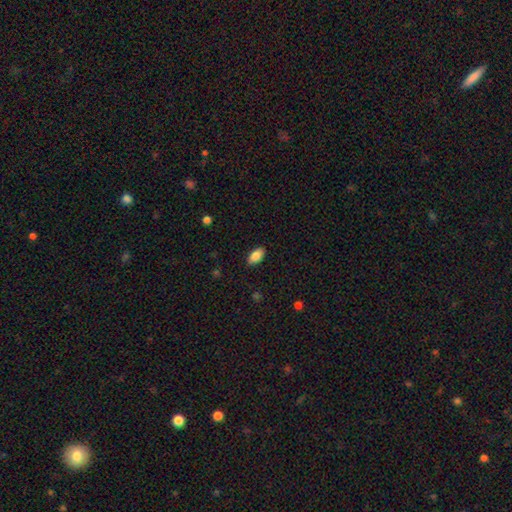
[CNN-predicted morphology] Smooth or featured? Predicted: smooth (p=0.84). How rounded? Predicted: in between (p=0.93). Merging? Predicted: none (p=0.89).